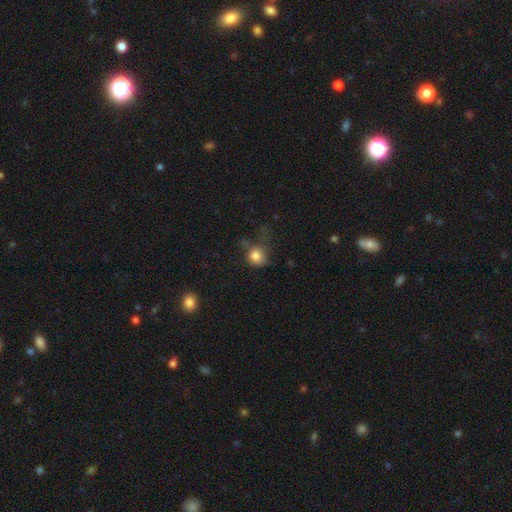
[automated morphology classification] The model was most divided on "merging": none: 43%, minor disturbance: 28%, major disturbance: 22%, merger: 7%. More confident: smooth or featured — smooth (80%); how rounded — round (74%).